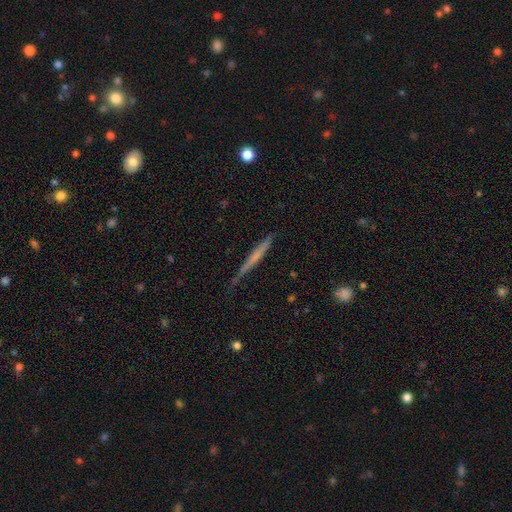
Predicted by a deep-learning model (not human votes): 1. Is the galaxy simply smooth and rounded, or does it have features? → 49% smooth, 45% featured or disk, 6% star or artifact.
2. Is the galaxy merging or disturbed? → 76% none, 19% minor disturbance, 4% major disturbance, 2% merger.